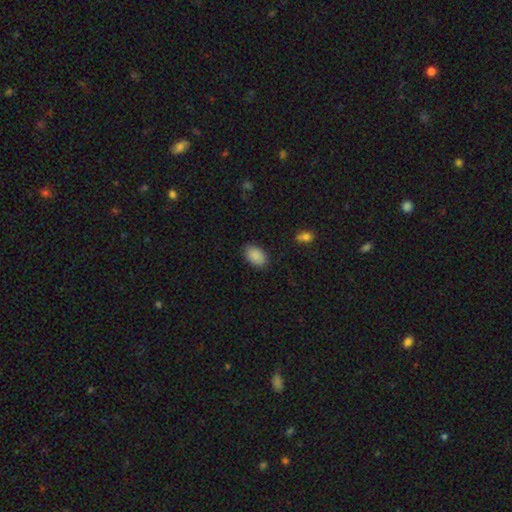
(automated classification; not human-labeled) Smooth or featured: smooth — 89% (star or artifact — 7%)
How rounded: in between — 90% (round — 8%)
Merging: none — 86% (minor disturbance — 11%)